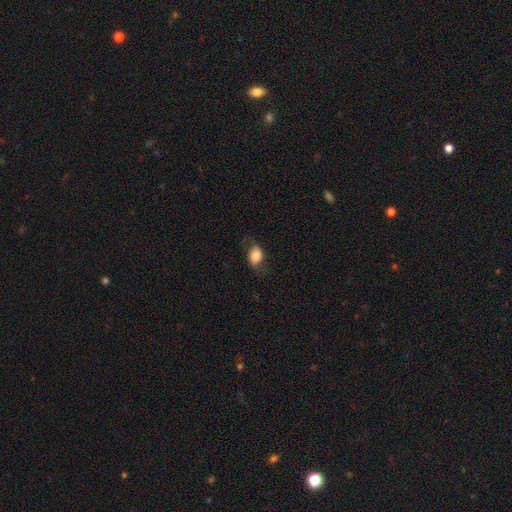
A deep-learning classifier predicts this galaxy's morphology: Overall: smooth (75%). How rounded: in between (76%). Merging: none (66%).